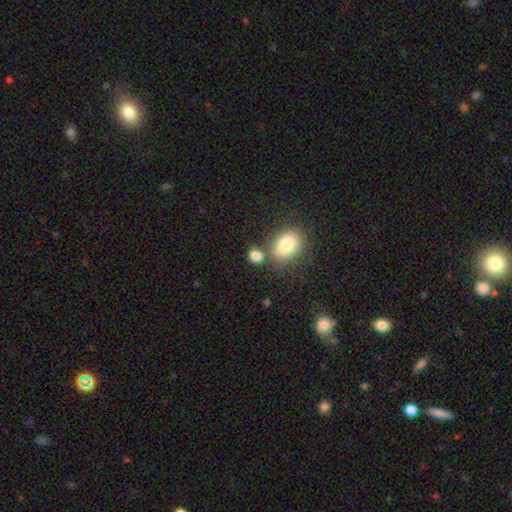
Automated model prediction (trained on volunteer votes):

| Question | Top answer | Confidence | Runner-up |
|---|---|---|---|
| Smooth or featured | smooth | 83% | star or artifact (11%) |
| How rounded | in between | 52% | round (46%) |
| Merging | none | 60% | merger (23%) |